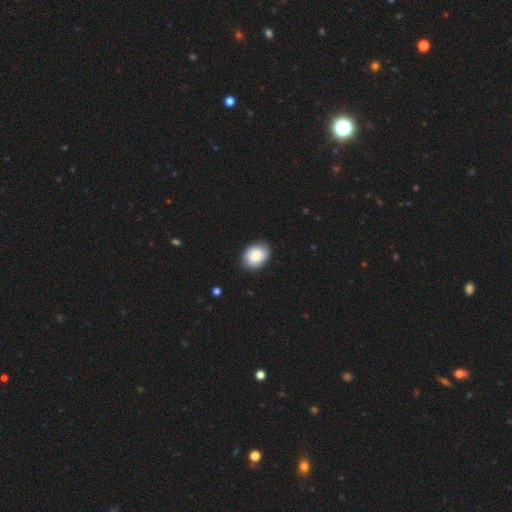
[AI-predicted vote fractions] Smooth or featured?
  - smooth: 79% *
  - featured or disk: 14%
  - star or artifact: 7%
How rounded?
  - in between: 57% *
  - round: 43%
  - cigar-shaped: 1%
Merging?
  - none: 82% *
  - minor disturbance: 15%
  - major disturbance: 3%
  - merger: 1%